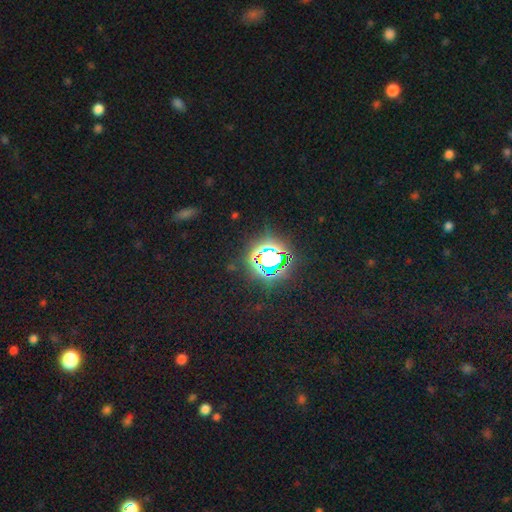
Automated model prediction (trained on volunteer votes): This is likely a star or artifact rather than a galaxy (75%).